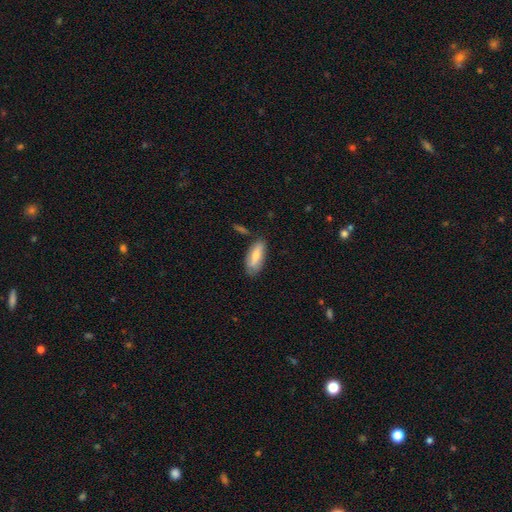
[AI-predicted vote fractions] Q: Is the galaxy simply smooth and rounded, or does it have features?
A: smooth — 66%.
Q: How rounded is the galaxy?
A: in between — 75%.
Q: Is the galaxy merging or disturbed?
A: none — 73%.